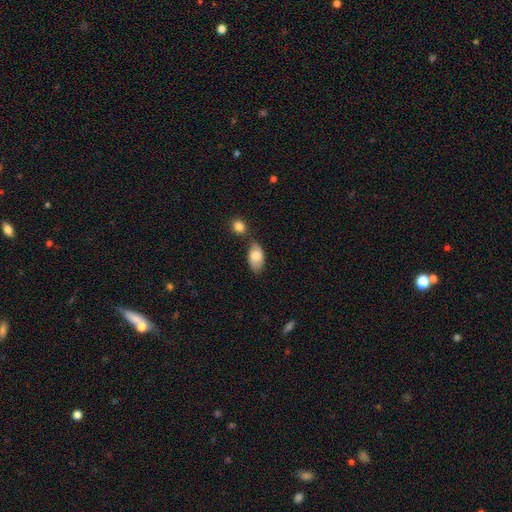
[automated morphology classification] Smooth or featured? Predicted: smooth (p=0.80). How rounded? Predicted: in between (p=0.92). Merging? Predicted: none (p=0.51).